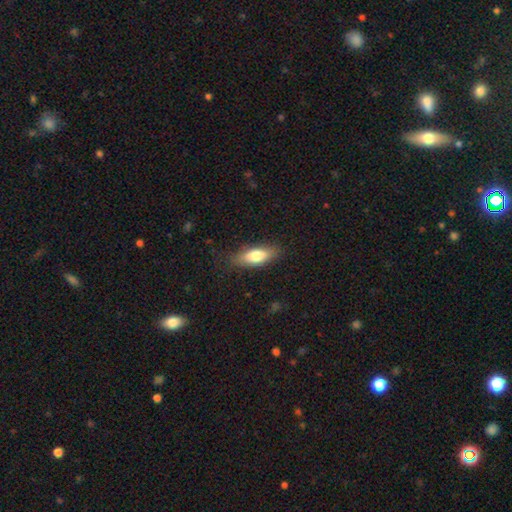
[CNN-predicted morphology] Q: Smooth or featured?
A: smooth (75%); runner-up: featured or disk (19%)
Q: How rounded?
A: in between (71%); runner-up: cigar-shaped (27%)
Q: Merging?
A: none (81%); runner-up: minor disturbance (15%)